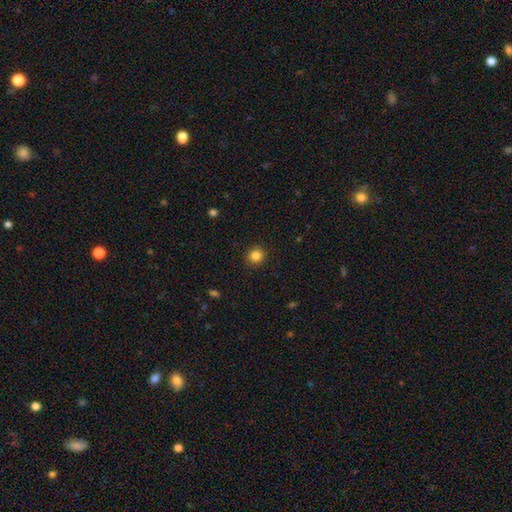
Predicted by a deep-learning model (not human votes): This is clearly a smooth galaxy (84%). How rounded: clearly round (91%). Merging: clearly none (91%).